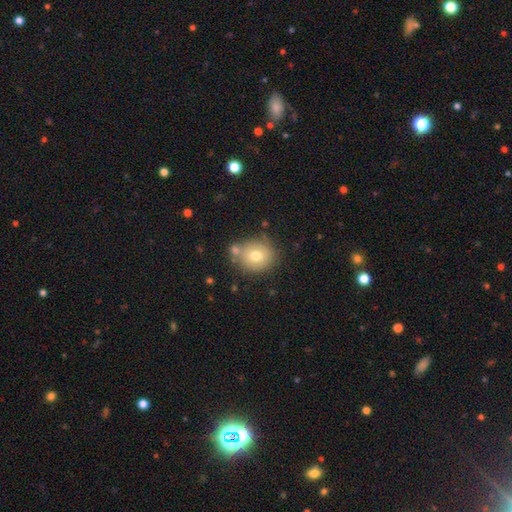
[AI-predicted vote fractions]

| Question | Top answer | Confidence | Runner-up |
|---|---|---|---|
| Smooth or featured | smooth | 71% | featured or disk (18%) |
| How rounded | round | 84% | in between (15%) |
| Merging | none | 64% | merger (17%) |